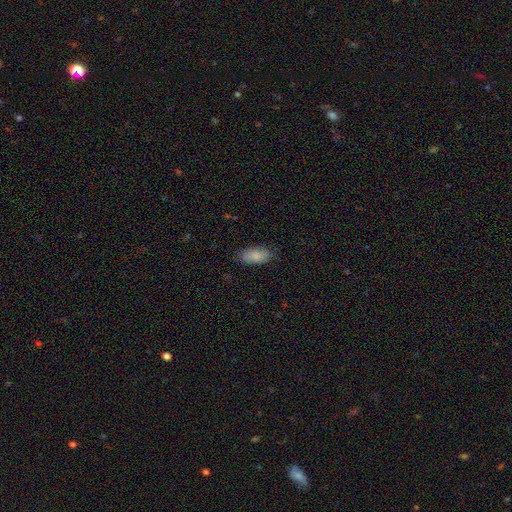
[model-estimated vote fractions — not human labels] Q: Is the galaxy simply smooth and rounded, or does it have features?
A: smooth — 86%.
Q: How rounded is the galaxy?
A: in between — 90%.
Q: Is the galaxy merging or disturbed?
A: none — 83%.